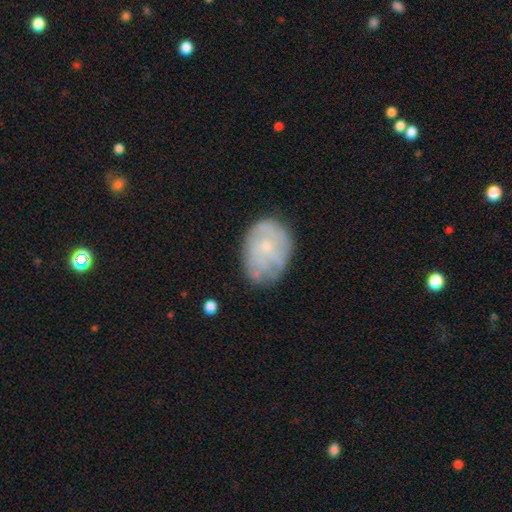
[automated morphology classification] The model was most divided on "smooth or featured": featured or disk: 48%, smooth: 45%, star or artifact: 8%. More confident: merging — none (59%).